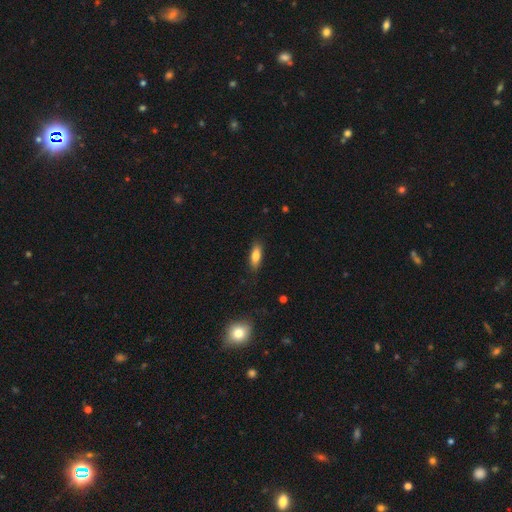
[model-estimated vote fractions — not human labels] Overall: smooth (77%). How rounded: in between (66%; cigar-shaped 31%). Merging: none (84%).